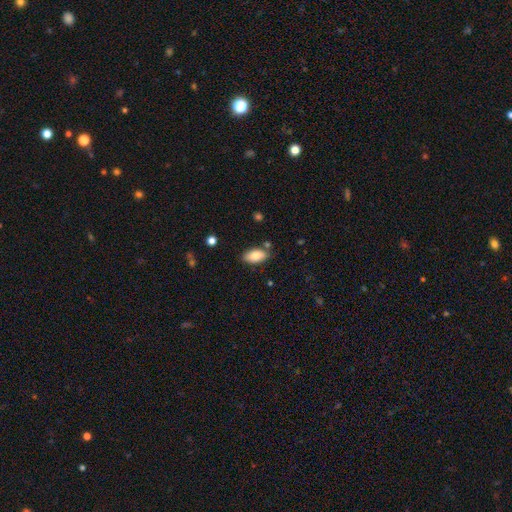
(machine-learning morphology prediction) A smooth galaxy with no disk features (83%) that is in between round and cigar-shaped (93%).

Vote fractions:
- Smooth or featured? smooth: 83% / featured or disk: 10% / star or artifact: 7%
- How rounded? in between: 93% / cigar-shaped: 4% / round: 3%
- Merging? none: 78% / minor disturbance: 14% / merger: 5% / major disturbance: 3%